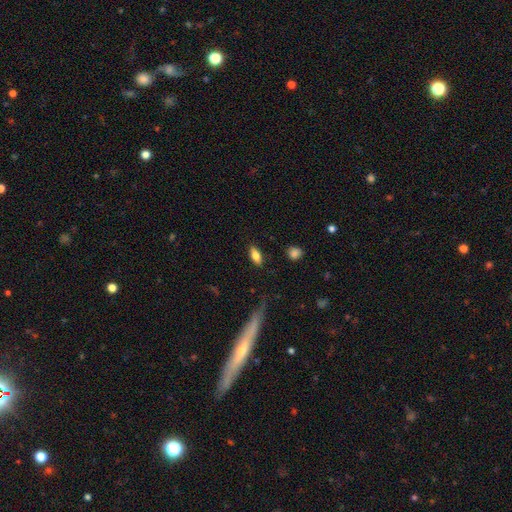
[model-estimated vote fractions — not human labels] This is likely a smooth galaxy (77%). How rounded: clearly in between (83%). Merging: clearly none (85%).